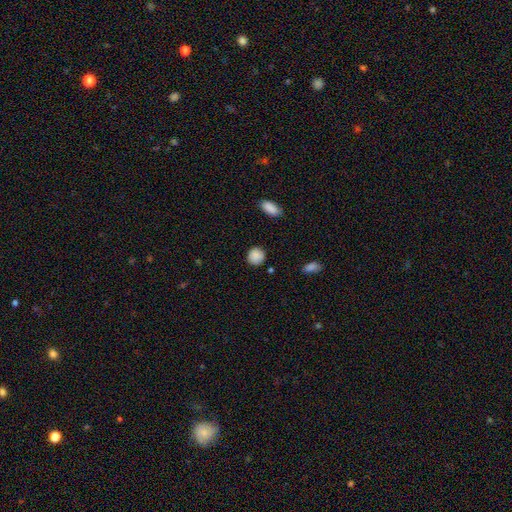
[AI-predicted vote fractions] This is clearly a smooth galaxy (88%). How rounded: clearly round (88%). Merging: clearly none (86%).